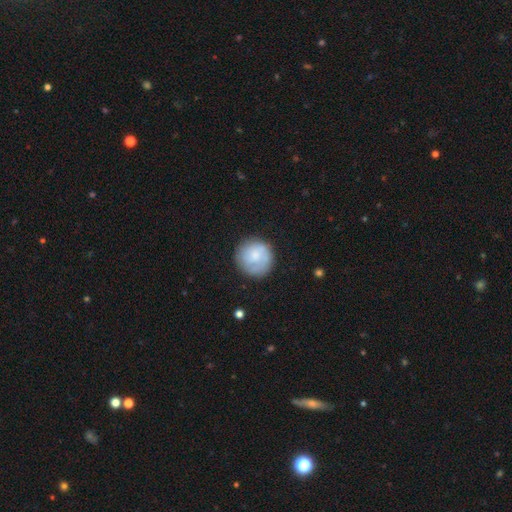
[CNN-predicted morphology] Smooth or featured?
  - smooth: 69% *
  - featured or disk: 25%
  - star or artifact: 6%
How rounded?
  - round: 93% *
  - in between: 6%
  - cigar-shaped: 1%
Merging?
  - none: 77% *
  - minor disturbance: 15%
  - major disturbance: 6%
  - merger: 2%